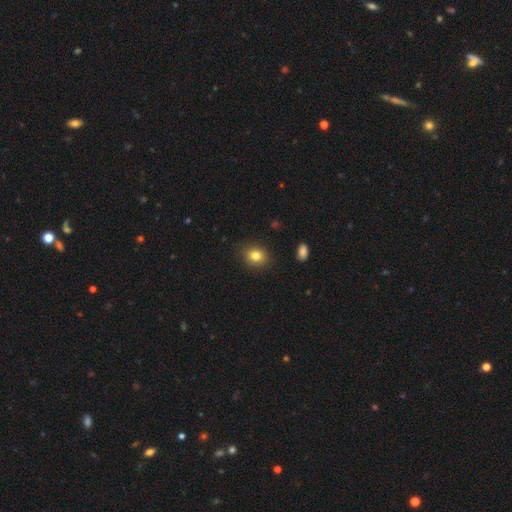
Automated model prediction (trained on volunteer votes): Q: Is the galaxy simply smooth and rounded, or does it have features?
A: smooth — 81%.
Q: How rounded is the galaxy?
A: round — 61%.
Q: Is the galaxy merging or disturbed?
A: none — 88%.